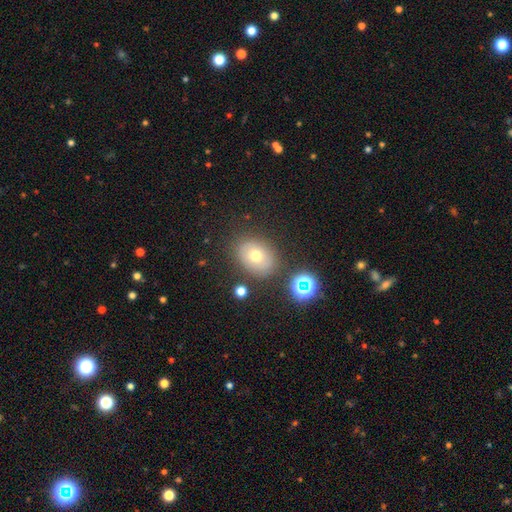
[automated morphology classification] A smooth galaxy with no disk features (64%) that is round (50%).

Vote fractions:
- Smooth or featured? smooth: 64% / featured or disk: 20% / star or artifact: 16%
- How rounded? round: 50% / in between: 49% / cigar-shaped: 1%
- Merging? none: 79% / minor disturbance: 12% / merger: 5% / major disturbance: 4%